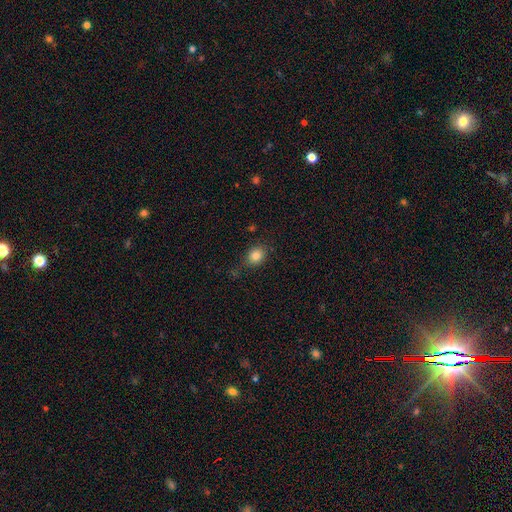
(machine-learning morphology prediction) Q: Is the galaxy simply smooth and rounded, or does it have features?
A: smooth — 83%.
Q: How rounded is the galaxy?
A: round — 53%.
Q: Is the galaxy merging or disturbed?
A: none — 79%.